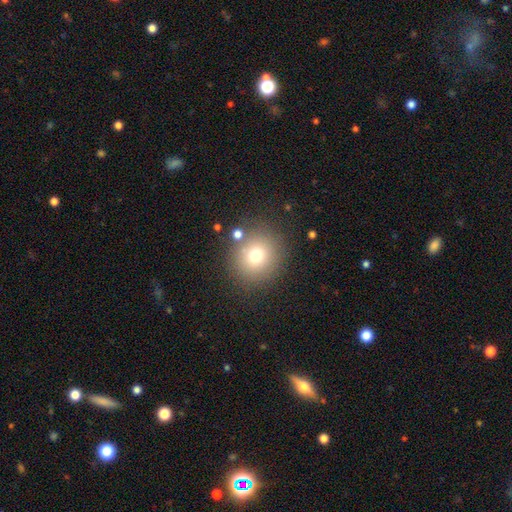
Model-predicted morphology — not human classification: Smooth or featured?
  - smooth: 72% *
  - star or artifact: 16%
  - featured or disk: 12%
How rounded?
  - round: 89% *
  - in between: 10%
  - cigar-shaped: 1%
Merging?
  - none: 81% *
  - minor disturbance: 9%
  - merger: 5%
  - major disturbance: 4%